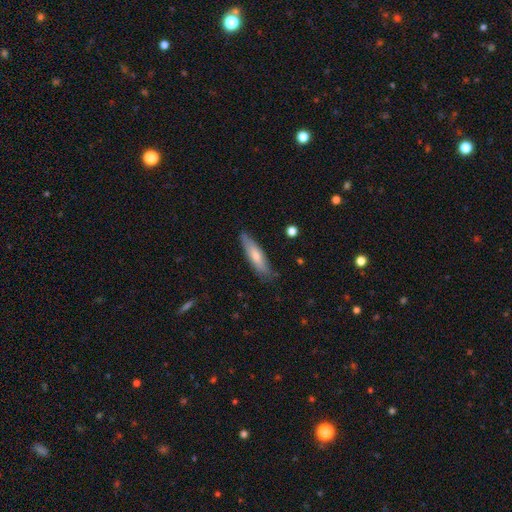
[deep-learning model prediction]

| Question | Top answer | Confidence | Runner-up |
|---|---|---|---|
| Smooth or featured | smooth | 63% | featured or disk (31%) |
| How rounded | cigar-shaped | 73% | in between (26%) |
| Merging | none | 78% | minor disturbance (18%) |